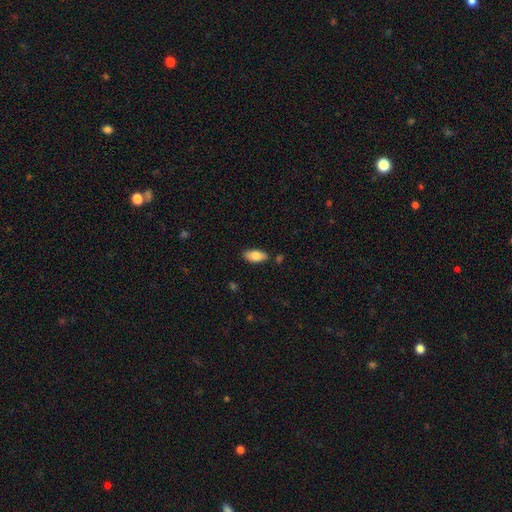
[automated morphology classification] smooth-or-featured: smooth: 78% | featured or disk: 16% | star or artifact: 6%
  how-rounded: in between: 91% | cigar-shaped: 7% | round: 2%
  merging: none: 84% | minor disturbance: 12% | merger: 3% | major disturbance: 2%